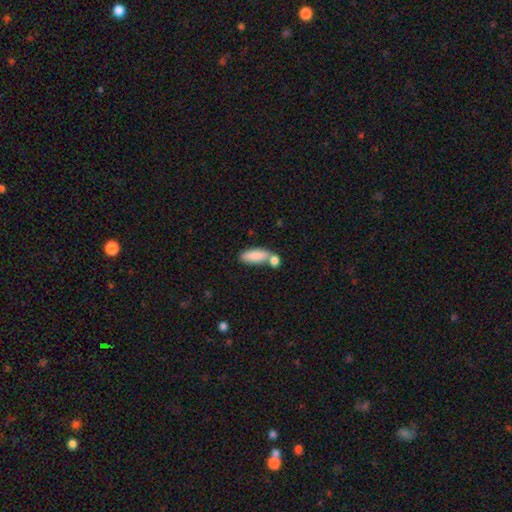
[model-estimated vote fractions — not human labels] Smooth or featured?
  - smooth: 86% *
  - featured or disk: 7%
  - star or artifact: 6%
How rounded?
  - in between: 73% *
  - cigar-shaped: 24%
  - round: 3%
Merging?
  - none: 48% *
  - merger: 35%
  - minor disturbance: 12%
  - major disturbance: 4%